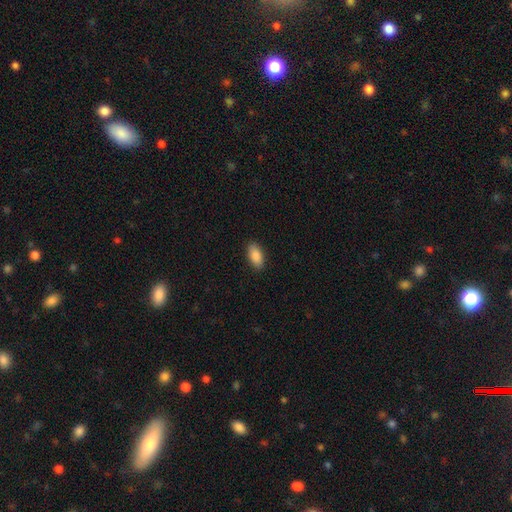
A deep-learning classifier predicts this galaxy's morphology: Smooth or featured?
  - smooth: 89% *
  - star or artifact: 6%
  - featured or disk: 4%
How rounded?
  - in between: 92% *
  - cigar-shaped: 5%
  - round: 3%
Merging?
  - none: 89% *
  - minor disturbance: 8%
  - major disturbance: 2%
  - merger: 1%